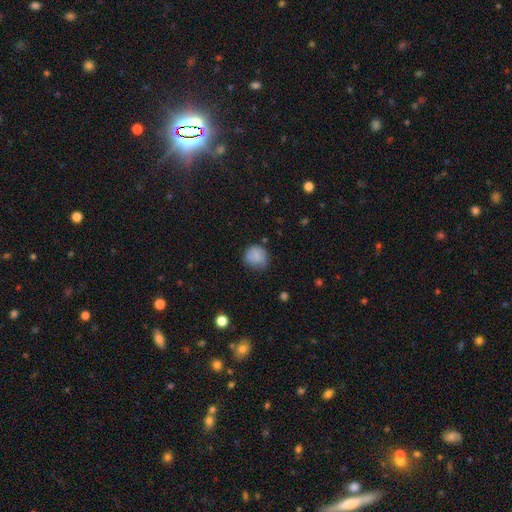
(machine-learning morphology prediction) Overall: smooth (80%). How rounded: round (83%). Merging: none (69%).